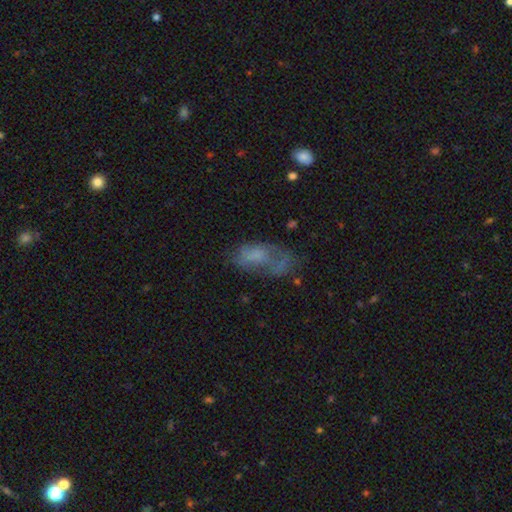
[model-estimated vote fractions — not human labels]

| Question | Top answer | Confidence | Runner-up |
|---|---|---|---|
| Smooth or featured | smooth | 48% | featured or disk (40%) |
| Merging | none | 35% | major disturbance (34%) |